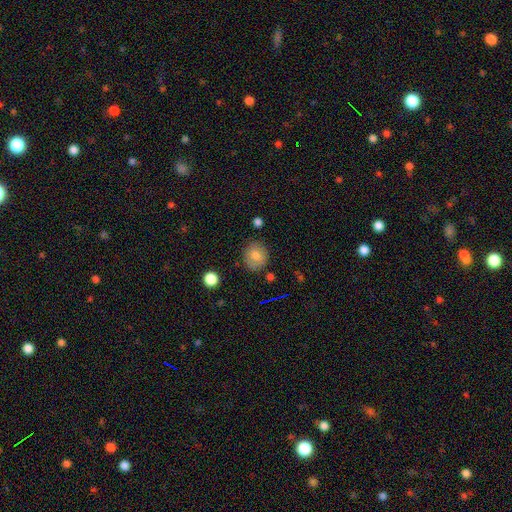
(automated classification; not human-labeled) smooth_or_featured: smooth (p=0.76) [alt: featured or disk p=0.14]
how_rounded: round (p=0.79) [alt: in between p=0.20]
merging: none (p=0.80) [alt: minor disturbance p=0.14]